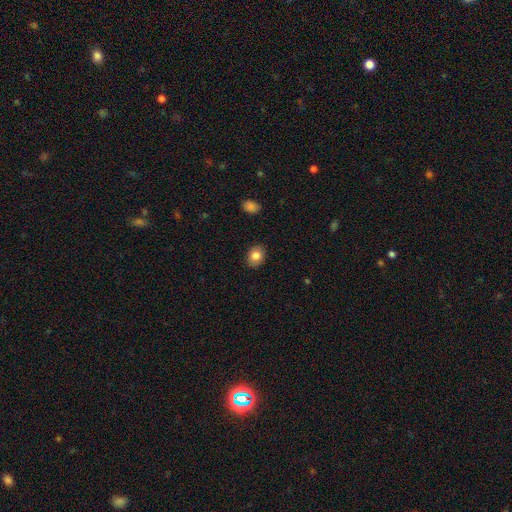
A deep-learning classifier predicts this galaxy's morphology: This appears to be a smooth galaxy with no disk features (83%) that is in between round and cigar-shaped (57%). Merging: none (89%).